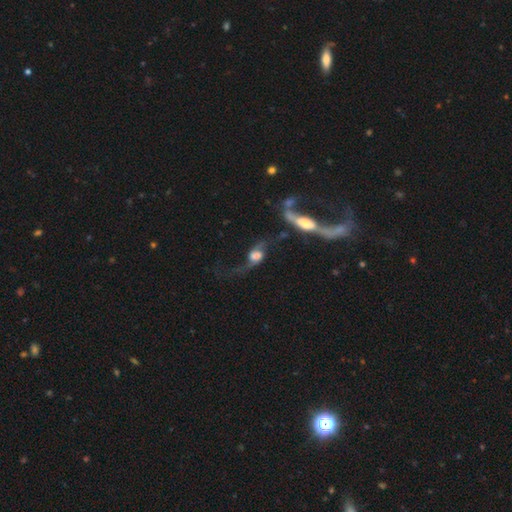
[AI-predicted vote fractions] Overall: featured or disk (74%). Edge-on disk: no (82%). Bar: no (50%; weak 35%). Spiral arms: yes (88%). Spiral arm count: 2 (88%). Spiral winding: loose (87%). Bulge size: large (40%; moderate 28%). Merging: none (37%; major disturbance 24%).